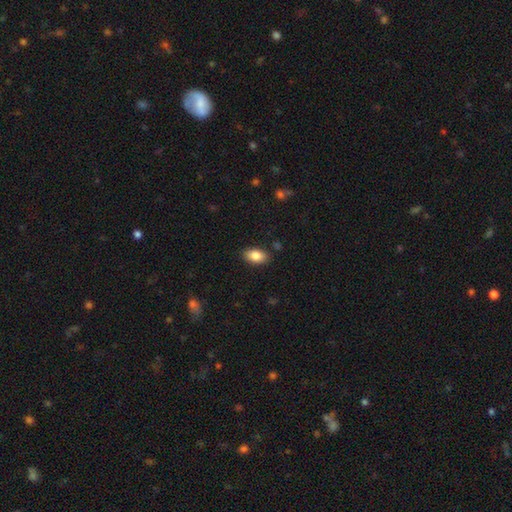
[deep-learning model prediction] smooth_or_featured: smooth (p=0.84) [alt: featured or disk p=0.09]
how_rounded: in between (p=0.91) [alt: round p=0.06]
merging: none (p=0.87) [alt: minor disturbance p=0.10]